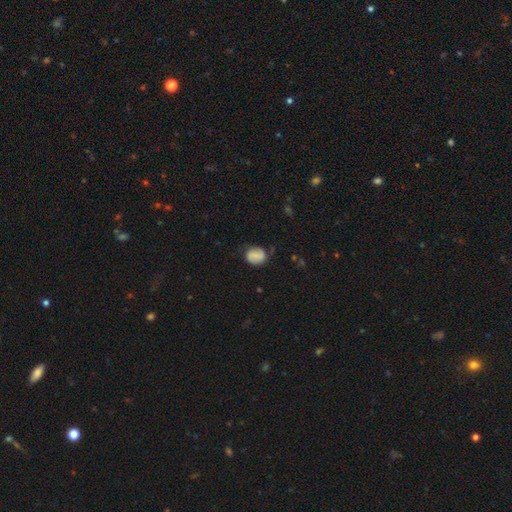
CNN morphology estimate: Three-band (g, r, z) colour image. It shows a smooth galaxy with no disk features (63%) that is round (59%). Merging: none (71%).